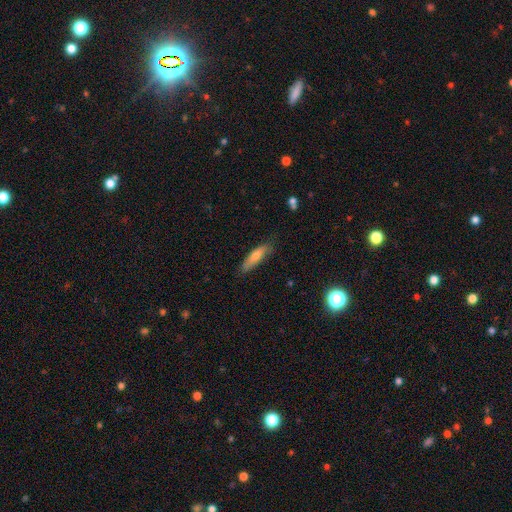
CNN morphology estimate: Smooth or featured? smooth (63%)
How rounded? cigar-shaped (77%)
Merging? none (80%)